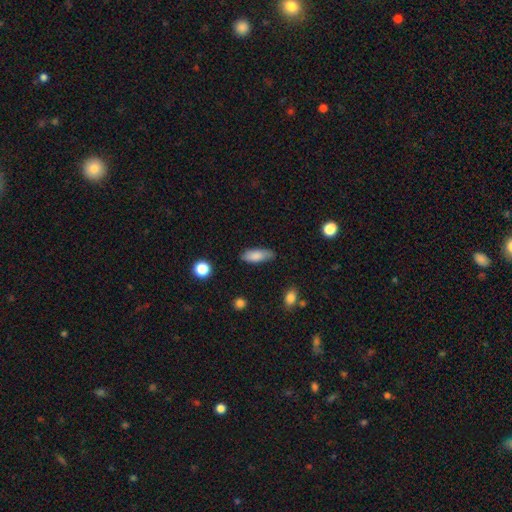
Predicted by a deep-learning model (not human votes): smooth_or_featured: smooth (p=0.84) [alt: featured or disk p=0.10]
how_rounded: in between (p=0.72) [alt: cigar-shaped p=0.25]
merging: none (p=0.76) [alt: minor disturbance p=0.19]